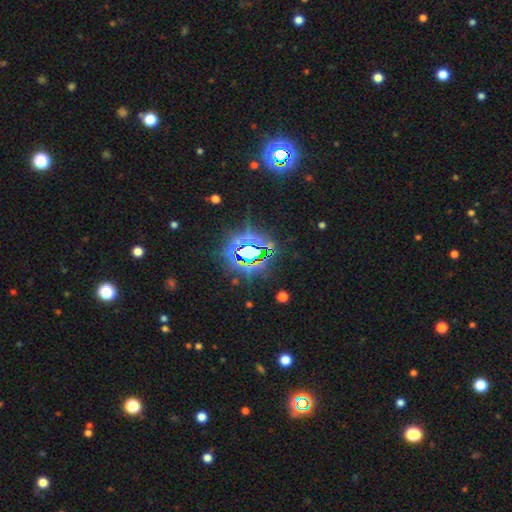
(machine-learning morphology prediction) A star or artifact, not a galaxy (76%).

Vote fractions:
- Smooth or featured? star or artifact: 76% / smooth: 14% / featured or disk: 10%